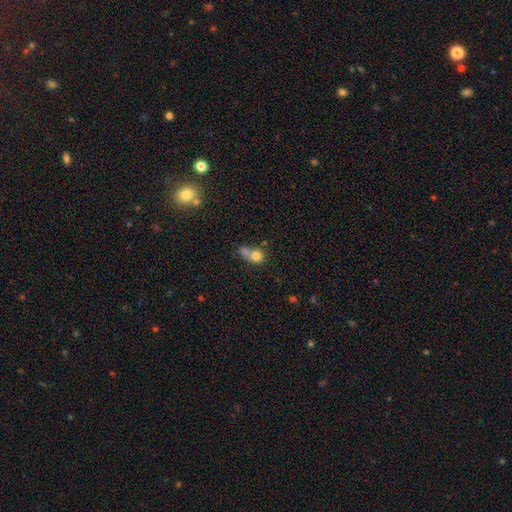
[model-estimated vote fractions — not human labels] Morphology: type=smooth (76%); roundness=round (75%); merging=merger (52%).